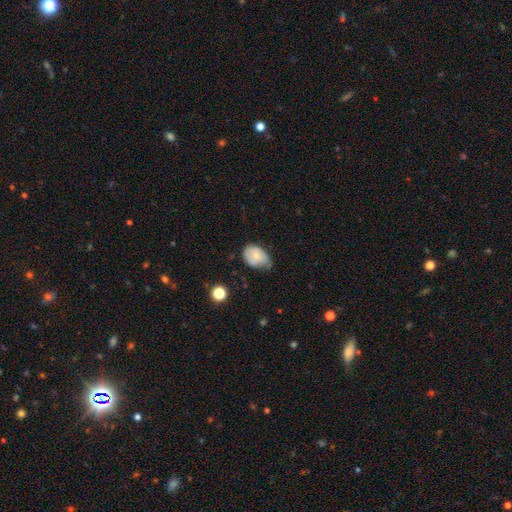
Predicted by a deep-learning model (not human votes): A smooth galaxy with no disk features (68%) that is in between round and cigar-shaped (76%).

Vote fractions:
- Smooth or featured? smooth: 68% / featured or disk: 24% / star or artifact: 8%
- How rounded? in between: 76% / round: 23% / cigar-shaped: 1%
- Merging? minor disturbance: 48% / none: 37% / major disturbance: 12% / merger: 3%